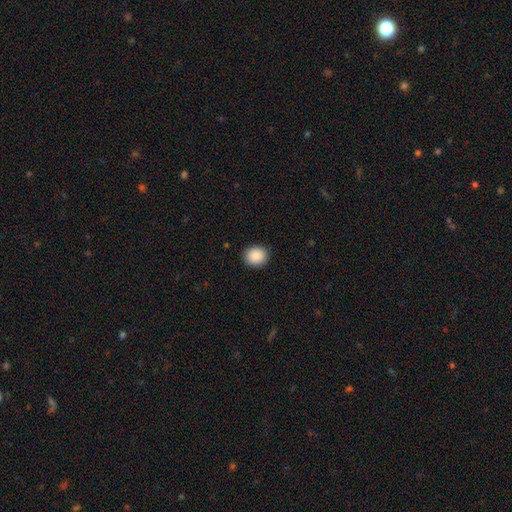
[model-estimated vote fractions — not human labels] smooth 90%, star or artifact 7%, featured or disk 2%. Down the decision tree: how rounded — round (79%); merging — none (91%).